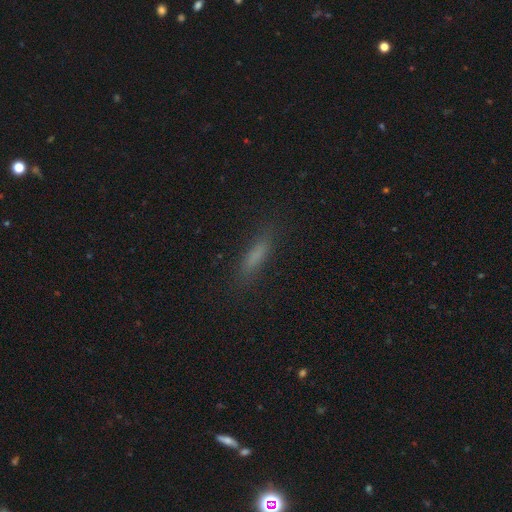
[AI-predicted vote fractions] Smooth or featured? Predicted: smooth (p=0.71). How rounded? Predicted: cigar-shaped (p=0.74). Merging? Predicted: none (p=0.82).